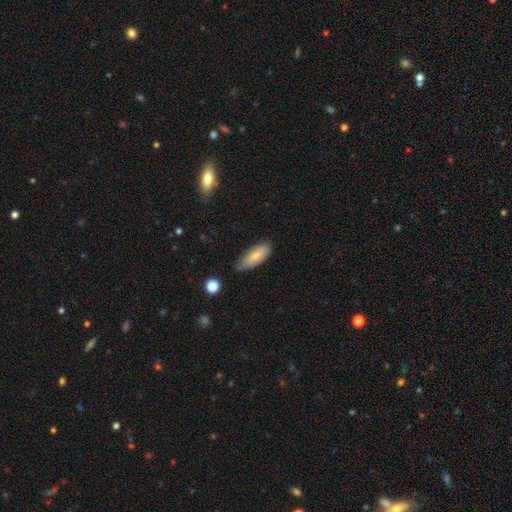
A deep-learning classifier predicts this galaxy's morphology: Smooth or featured?
  - smooth: 82% *
  - featured or disk: 12%
  - star or artifact: 6%
How rounded?
  - in between: 74% *
  - cigar-shaped: 24%
  - round: 2%
Merging?
  - none: 61% *
  - minor disturbance: 32%
  - major disturbance: 5%
  - merger: 2%